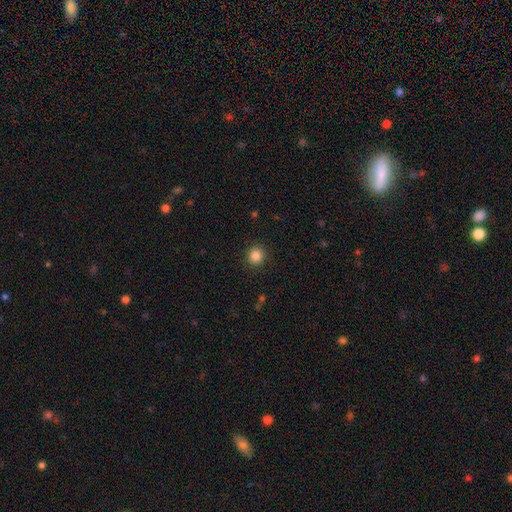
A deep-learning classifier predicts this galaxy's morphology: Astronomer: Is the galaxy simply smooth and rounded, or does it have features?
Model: smooth — 85%.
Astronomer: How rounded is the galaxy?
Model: round — 91%.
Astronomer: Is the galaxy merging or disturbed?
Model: none — 90%.